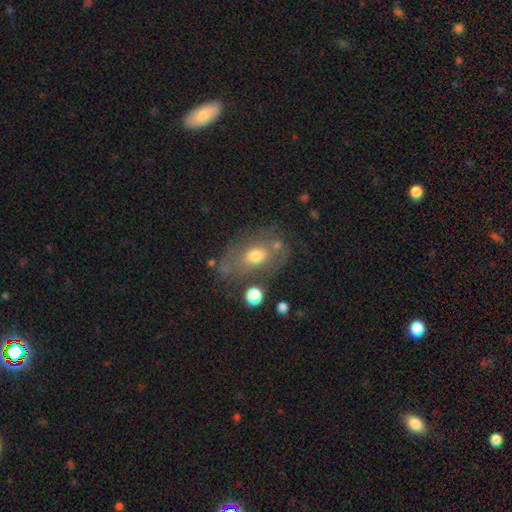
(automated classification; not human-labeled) smooth 55%, featured or disk 35%, star or artifact 10%. Down the decision tree: how rounded — in between (78%); merging — none (61%).